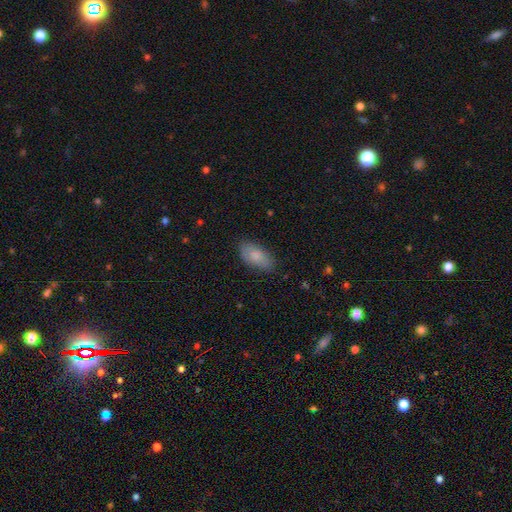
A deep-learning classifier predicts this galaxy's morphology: smooth 82%, featured or disk 12%, star or artifact 6%. Down the decision tree: how rounded — in between (91%); merging — none (82%).